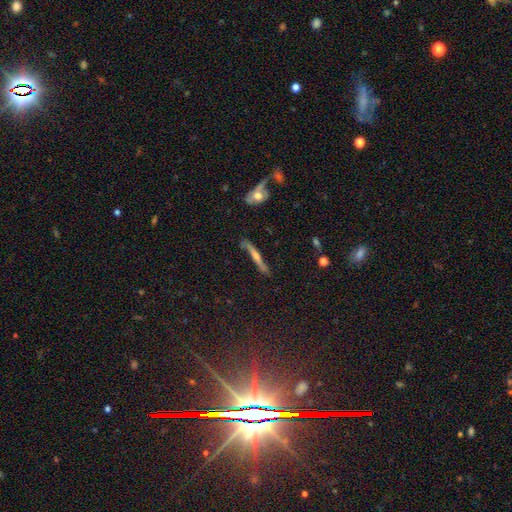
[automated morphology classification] The model was most divided on "smooth or featured": featured or disk: 56%, smooth: 32%, star or artifact: 11%. More confident: edge-on disk — yes (84%); merging — none (71%).